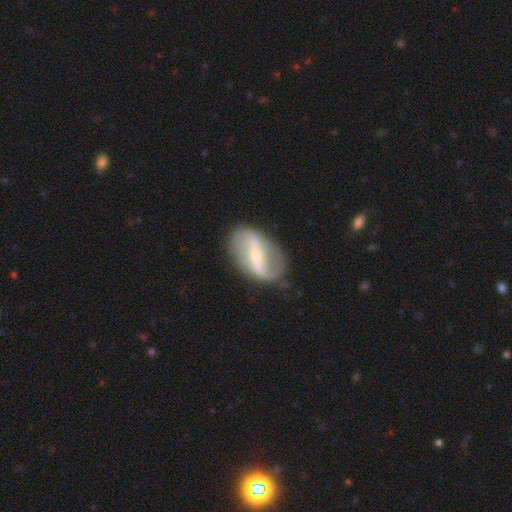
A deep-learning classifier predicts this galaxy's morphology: type=featured or disk (84%); edge-on=no (96%); bar=strong (55%); spiral arms=yes (89%); winding=loose (58%); arm count=2 (89%); bulge=small (65%); merging=none (78%).